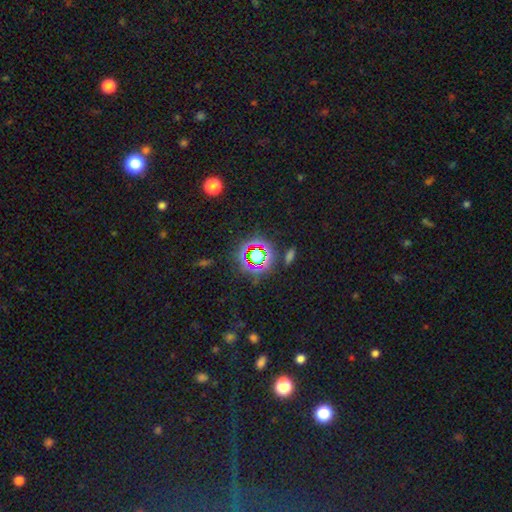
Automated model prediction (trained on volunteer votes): Smooth or featured: star or artifact — 66% (smooth — 23%)